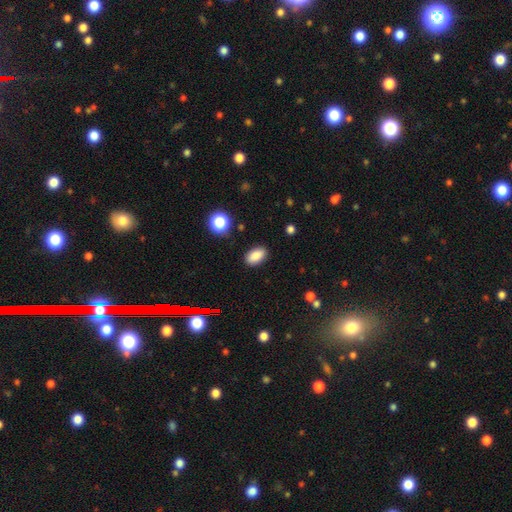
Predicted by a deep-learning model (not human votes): The model was most divided on "smooth or featured": smooth: 86%, star or artifact: 9%, featured or disk: 5%. More confident: how rounded — in between (90%); merging — none (88%).